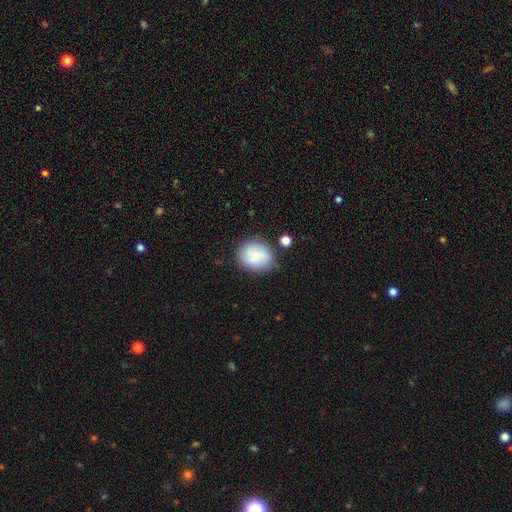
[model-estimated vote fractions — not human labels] smooth-or-featured: smooth: 80% | featured or disk: 12% | star or artifact: 8%
  how-rounded: round: 63% | in between: 36% | cigar-shaped: 1%
  merging: none: 74% | minor disturbance: 17% | merger: 5% | major disturbance: 5%